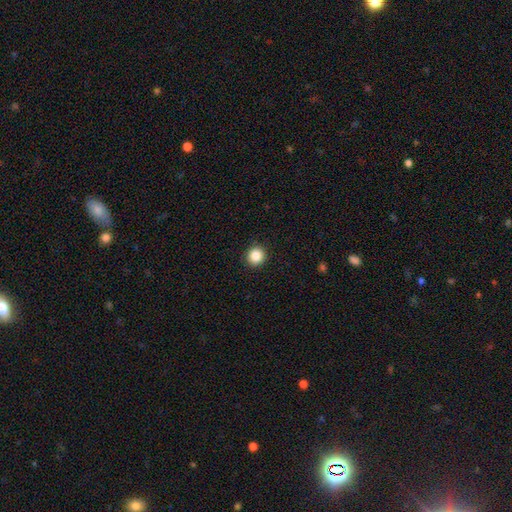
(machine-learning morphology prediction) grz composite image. It shows a smooth galaxy with no disk features (86%) that is round (91%). Merging: none (92%).